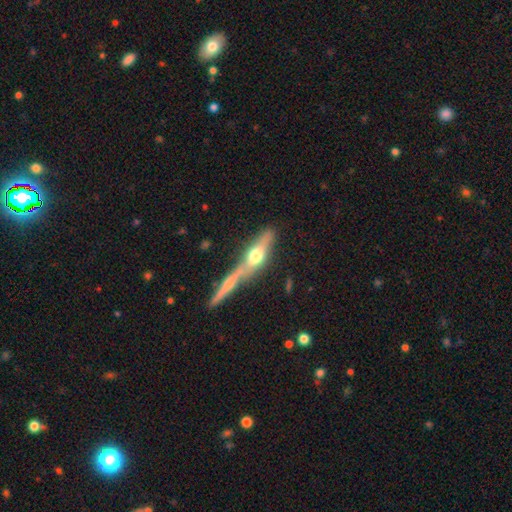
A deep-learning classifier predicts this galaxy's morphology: Smooth or featured?
  - featured or disk: 49% *
  - smooth: 43%
  - star or artifact: 8%
Merging?
  - none: 44% *
  - merger: 41%
  - minor disturbance: 10%
  - major disturbance: 4%